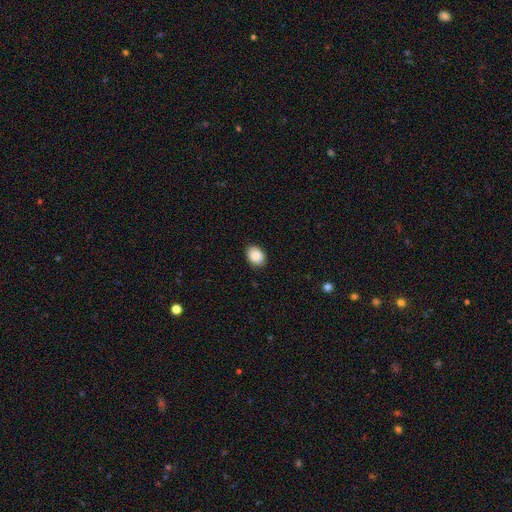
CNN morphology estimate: Smooth or featured? smooth (88%)
How rounded? in between (66%)
Merging? none (87%)